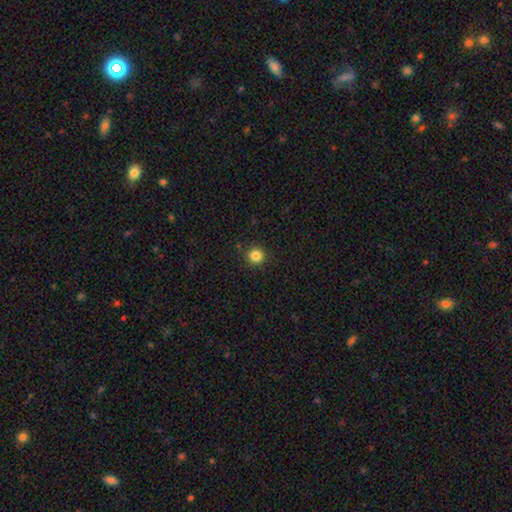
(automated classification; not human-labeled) A smooth galaxy with no disk features (83%) that is round (95%).

Vote fractions:
- Smooth or featured? smooth: 83% / star or artifact: 12% / featured or disk: 4%
- How rounded? round: 95% / in between: 4% / cigar-shaped: 1%
- Merging? none: 91% / minor disturbance: 6% / major disturbance: 2% / merger: 1%